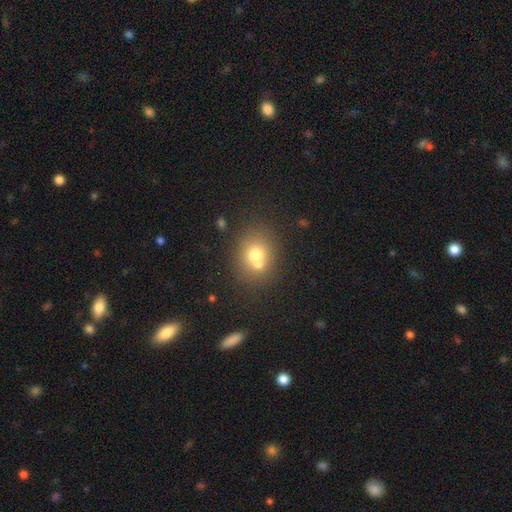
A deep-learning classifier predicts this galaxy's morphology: This appears to be a smooth galaxy with no disk features (66%) that is round (68%). Merging: none (45%).